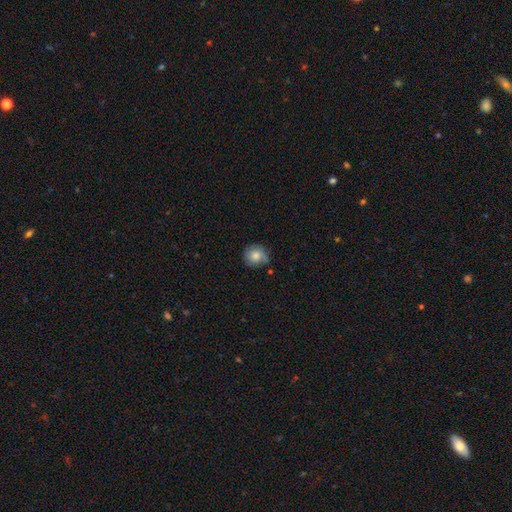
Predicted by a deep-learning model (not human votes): Smooth or featured: smooth — 72% (featured or disk — 19%)
How rounded: round — 86% (in between — 13%)
Merging: none — 64% (minor disturbance — 27%)